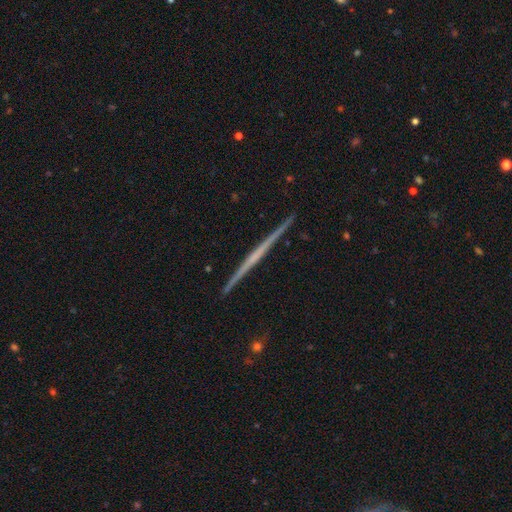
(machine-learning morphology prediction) Smooth or featured? Predicted: featured or disk (p=0.71). Edge-on disk? Predicted: yes (p=0.98). Edge-on bulge? Predicted: none (p=0.82). Merging? Predicted: none (p=0.93).